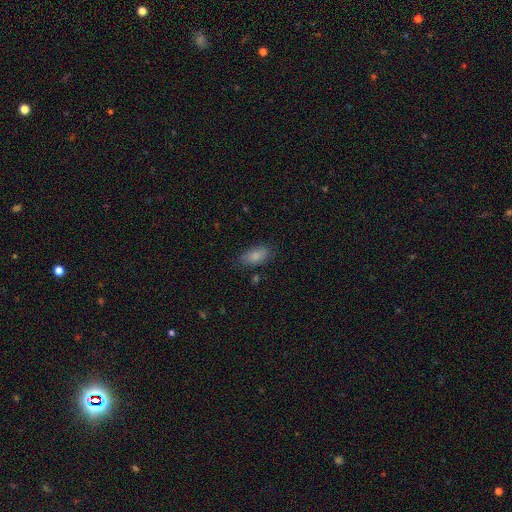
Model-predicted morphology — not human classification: smooth_or_featured: smooth (p=0.84) [alt: featured or disk p=0.09]
how_rounded: in between (p=0.90) [alt: cigar-shaped p=0.07]
merging: none (p=0.80) [alt: minor disturbance p=0.15]